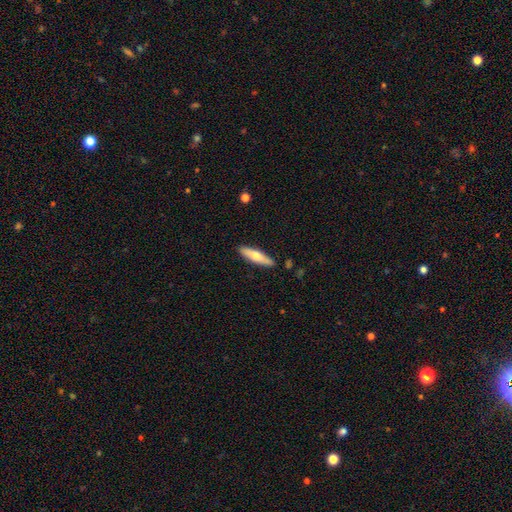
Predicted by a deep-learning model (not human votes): Morphology: type=smooth (56%); roundness=cigar-shaped (70%); merging=none (88%).